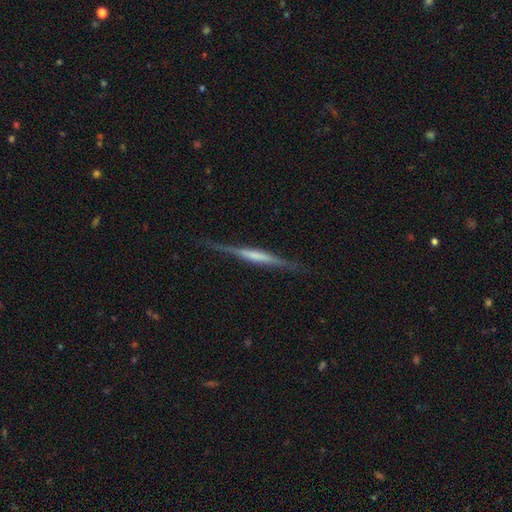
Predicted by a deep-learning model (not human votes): Smooth or featured: featured or disk — 67% (smooth — 27%)
Edge-on disk: yes — 97% (no — 3%)
Edge-on bulge: none — 45% (boxy — 31%)
Merging: none — 83% (minor disturbance — 12%)